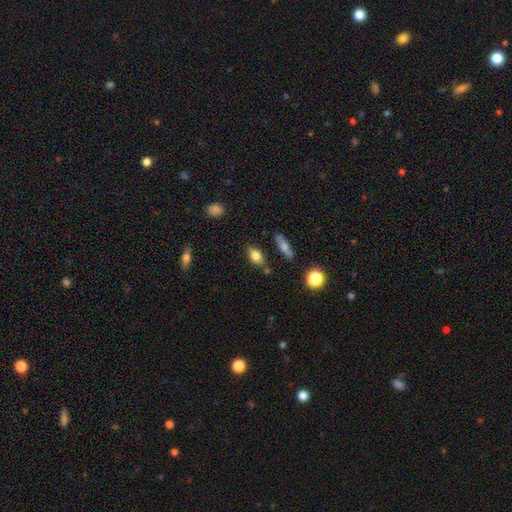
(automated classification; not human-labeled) smooth-or-featured: smooth: 79% | featured or disk: 12% | star or artifact: 9%
  how-rounded: in between: 82% | round: 12% | cigar-shaped: 6%
  merging: none: 77% | minor disturbance: 14% | merger: 6% | major disturbance: 3%